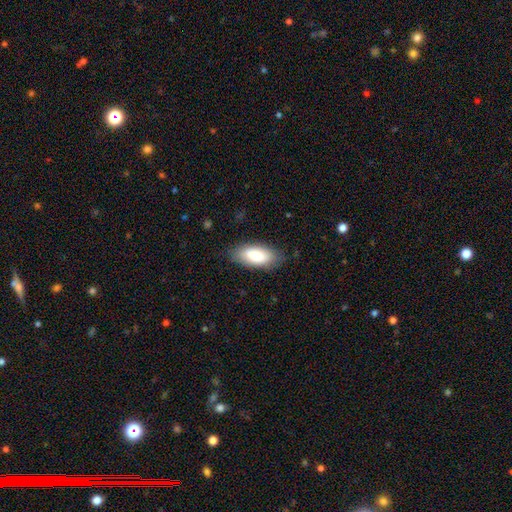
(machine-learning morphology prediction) Smooth or featured?
  - smooth: 83% *
  - featured or disk: 11%
  - star or artifact: 6%
How rounded?
  - in between: 88% *
  - cigar-shaped: 10%
  - round: 2%
Merging?
  - none: 82% *
  - minor disturbance: 14%
  - major disturbance: 3%
  - merger: 1%